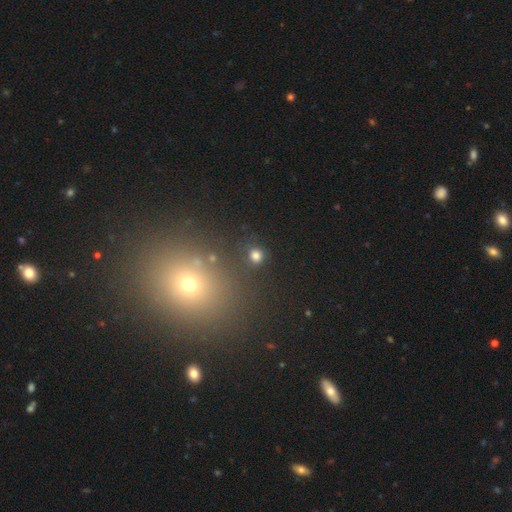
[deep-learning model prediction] A smooth galaxy with no disk features (78%) that is round (88%). Merging: none (83%).